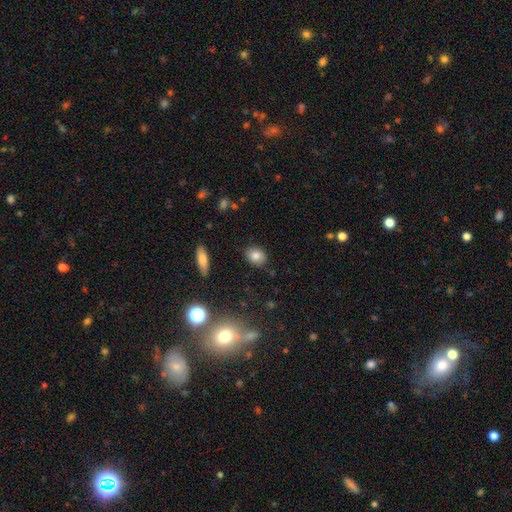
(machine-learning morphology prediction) This appears to be a smooth galaxy with no disk features (81%) that is round (51%). Merging: none (87%).